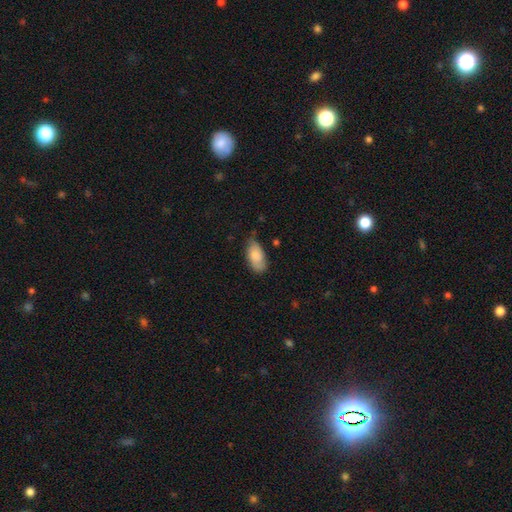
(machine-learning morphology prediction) Smooth or featured: smooth — 81% (featured or disk — 13%)
How rounded: in between — 92% (cigar-shaped — 5%)
Merging: none — 64% (minor disturbance — 29%)